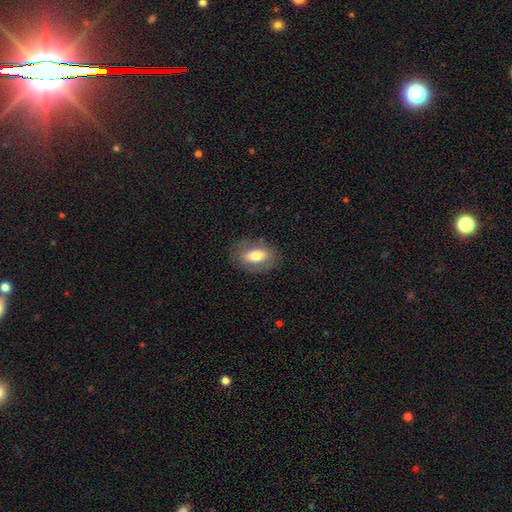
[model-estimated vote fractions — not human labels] Overall: smooth (67%). How rounded: in between (85%). Merging: none (82%).